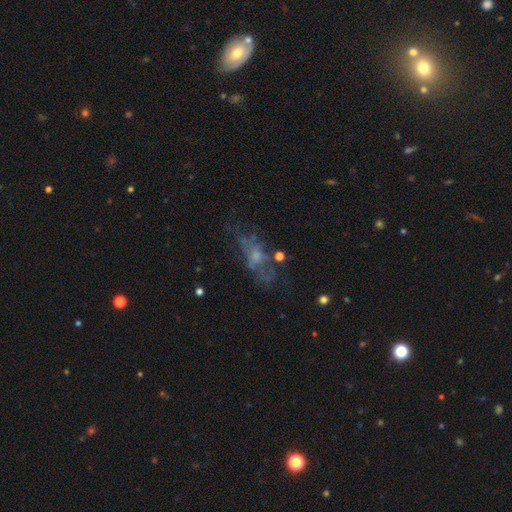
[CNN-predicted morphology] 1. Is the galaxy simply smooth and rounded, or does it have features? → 52% featured or disk, 30% smooth, 17% star or artifact.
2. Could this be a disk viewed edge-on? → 86% no, 14% yes.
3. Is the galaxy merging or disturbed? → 47% none, 26% major disturbance, 21% minor disturbance, 7% merger.